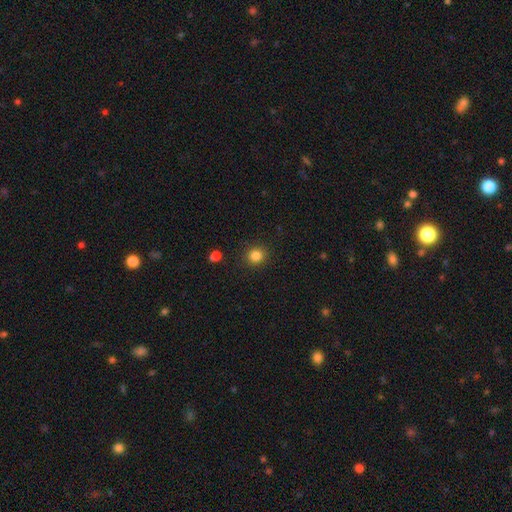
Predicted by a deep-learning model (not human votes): This appears to be a smooth galaxy with no disk features (84%) that is round (87%). Merging: none (90%).